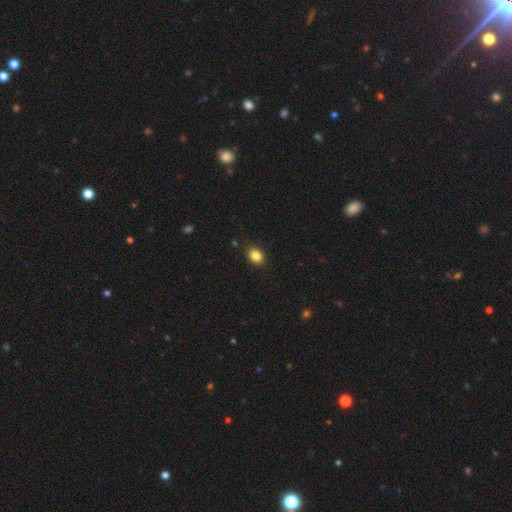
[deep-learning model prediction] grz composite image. It shows a smooth galaxy with no disk features (85%) that is in between round and cigar-shaped (64%). Merging: none (89%).